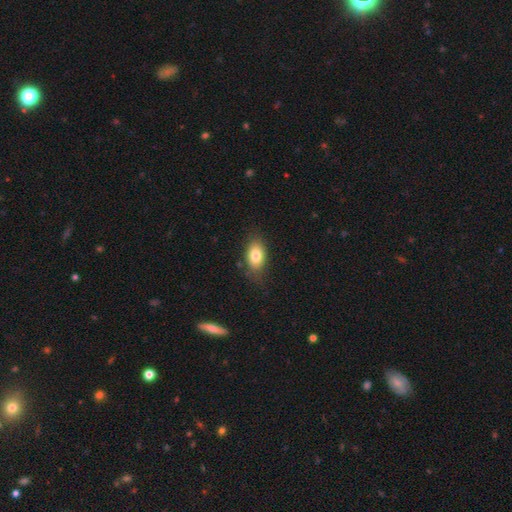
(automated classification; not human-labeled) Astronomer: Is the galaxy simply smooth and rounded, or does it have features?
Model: smooth — 80%.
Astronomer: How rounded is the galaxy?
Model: in between — 88%.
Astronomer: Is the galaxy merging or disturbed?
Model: none — 78%.